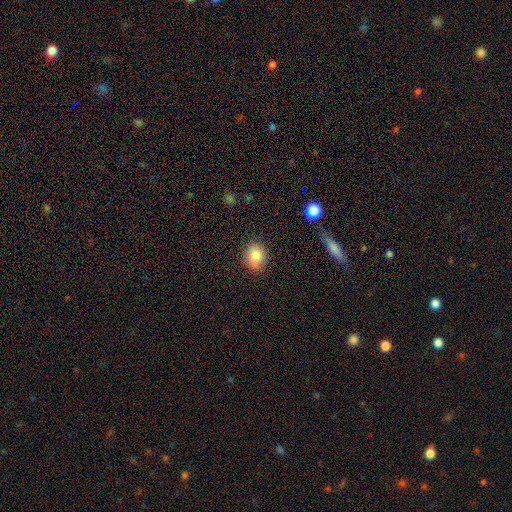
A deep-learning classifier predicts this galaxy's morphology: This is clearly a smooth galaxy (83%). How rounded: possibly round (53%). Merging: clearly none (86%).